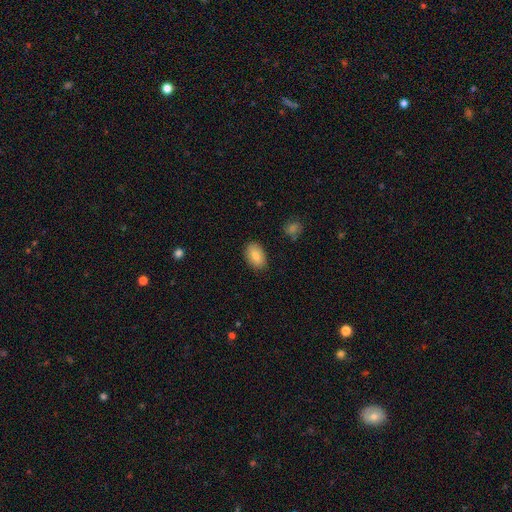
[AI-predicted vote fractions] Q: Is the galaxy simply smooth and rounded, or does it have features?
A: smooth — 82%.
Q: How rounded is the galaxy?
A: in between — 91%.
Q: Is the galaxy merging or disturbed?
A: none — 86%.